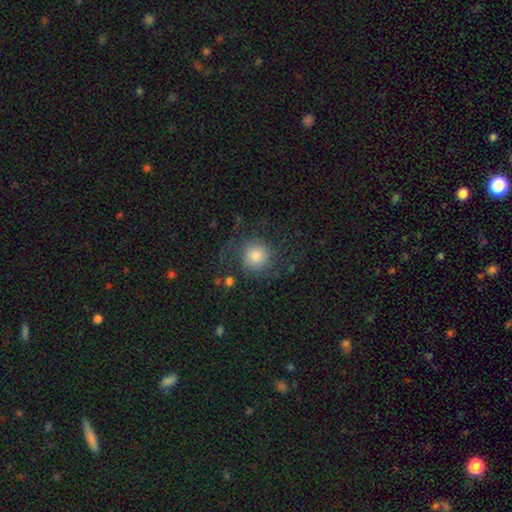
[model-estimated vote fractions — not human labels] This is likely a smooth galaxy (66%). How rounded: clearly round (91%). Merging: likely none (66%).